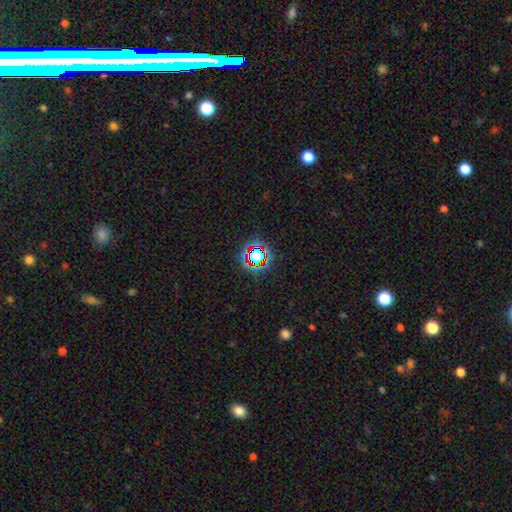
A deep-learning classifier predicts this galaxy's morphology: Smooth or featured? Predicted: star or artifact (p=0.69).